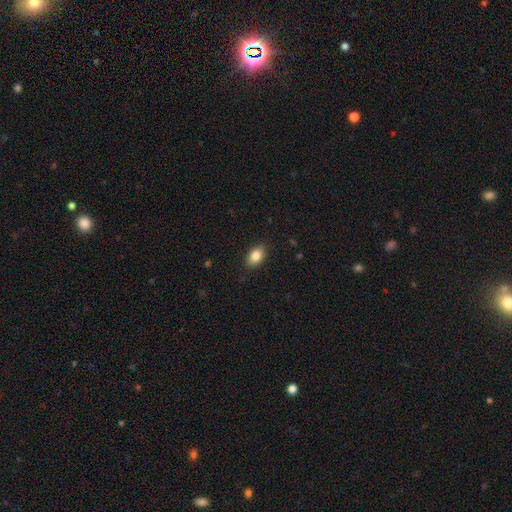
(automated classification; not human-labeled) Smooth or featured?
  - smooth: 85% *
  - star or artifact: 8%
  - featured or disk: 7%
How rounded?
  - in between: 88% *
  - round: 9%
  - cigar-shaped: 2%
Merging?
  - none: 86% *
  - minor disturbance: 11%
  - major disturbance: 2%
  - merger: 1%